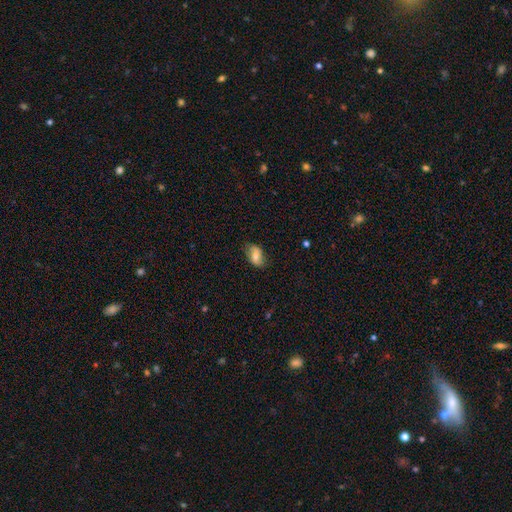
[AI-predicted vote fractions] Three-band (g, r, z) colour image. It shows a smooth galaxy with no disk features (68%) that is in between round and cigar-shaped (89%). Merging: none (72%).